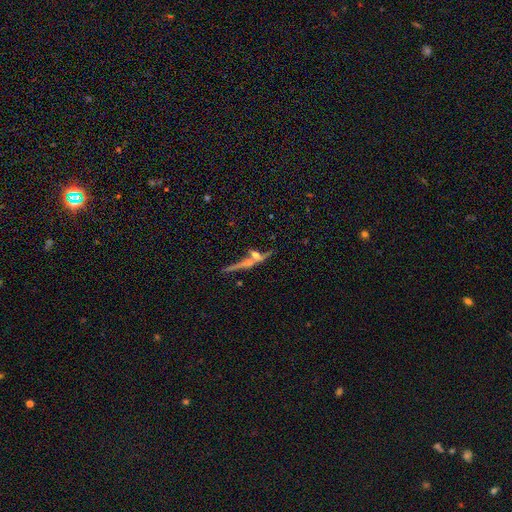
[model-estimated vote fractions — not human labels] Smooth or featured?
  - featured or disk: 58% *
  - smooth: 29%
  - star or artifact: 13%
Edge-on disk?
  - yes: 77% *
  - no: 23%
Merging?
  - none: 40% * (tied)
  - merger: 40% * (tied)
  - minor disturbance: 11%
  - major disturbance: 9%